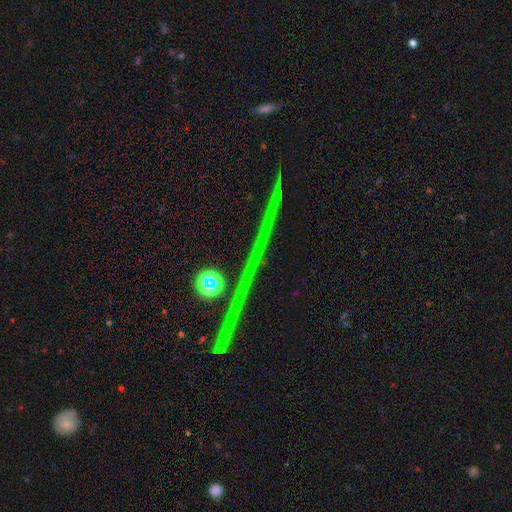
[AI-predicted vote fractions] Smooth or featured?
  - star or artifact: 60% *
  - featured or disk: 28%
  - smooth: 12%